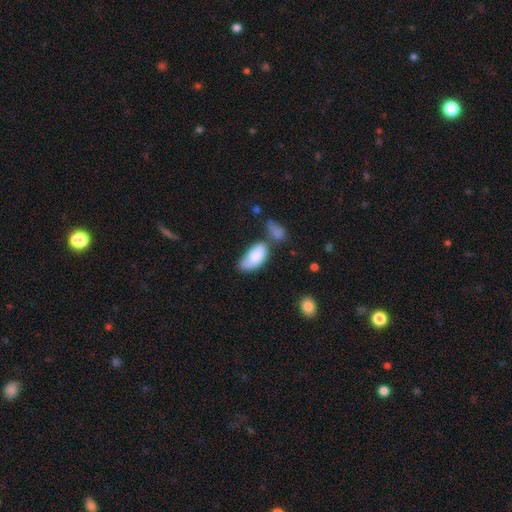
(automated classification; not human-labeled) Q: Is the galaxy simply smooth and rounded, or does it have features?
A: smooth — 77%.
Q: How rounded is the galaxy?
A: in between — 94%.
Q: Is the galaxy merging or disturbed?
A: merger — 31%.